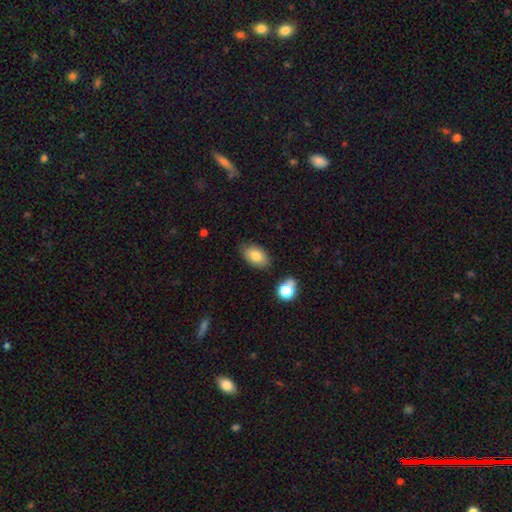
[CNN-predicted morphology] smooth_or_featured: smooth (p=0.81) [alt: featured or disk p=0.11]
how_rounded: in between (p=0.91) [alt: round p=0.08]
merging: none (p=0.80) [alt: minor disturbance p=0.13]